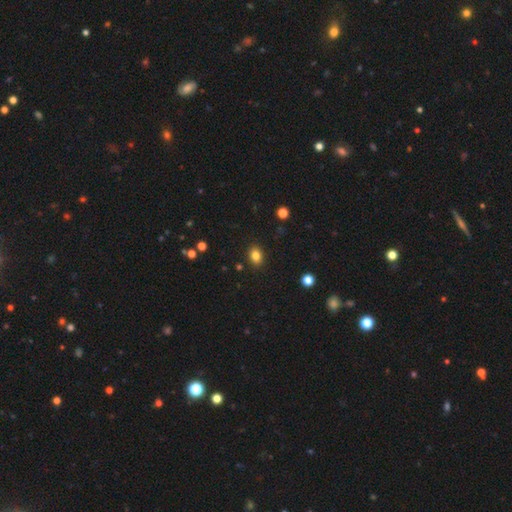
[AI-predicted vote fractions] smooth-or-featured: smooth: 82% | star or artifact: 11% | featured or disk: 7%
  how-rounded: in between: 69% | round: 30% | cigar-shaped: 1%
  merging: none: 88% | minor disturbance: 8% | major disturbance: 2% | merger: 1%